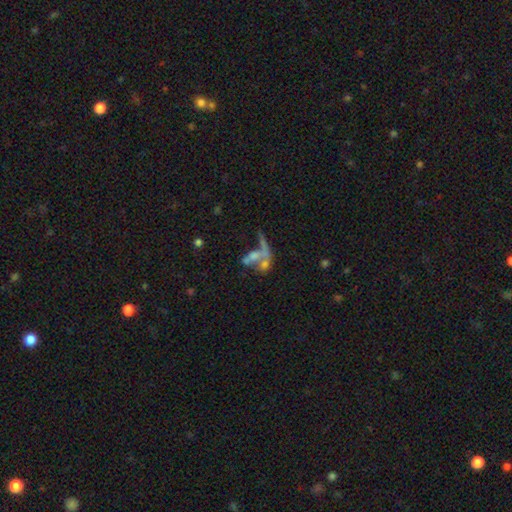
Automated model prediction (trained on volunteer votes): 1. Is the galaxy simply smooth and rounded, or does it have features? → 45% featured or disk, 39% smooth, 17% star or artifact.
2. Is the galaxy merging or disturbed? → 50% merger, 24% major disturbance, 18% none, 8% minor disturbance.